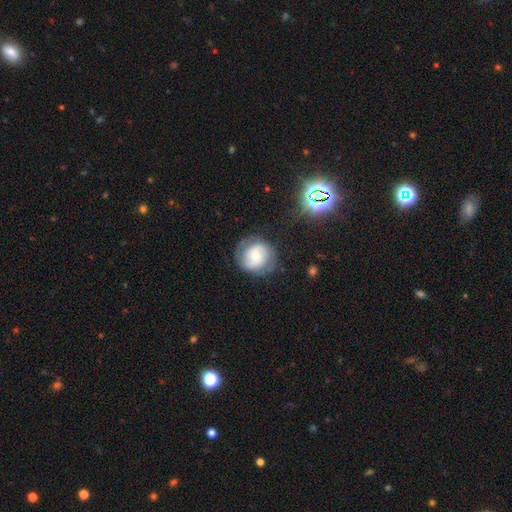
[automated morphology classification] smooth-or-featured: featured or disk: 54% | smooth: 38% | star or artifact: 8%
  disk-edge-on: no: 97% | yes: 3%
    bar: no: 59% | weak: 30% | strong: 11%
    has-spiral-arms: yes: 76% | no: 24%
    bulge-size: moderate: 46% | small: 44% | large: 6% | none: 2% | dominant: 2%
  merging: none: 72% | minor disturbance: 17% | major disturbance: 9% | merger: 2%